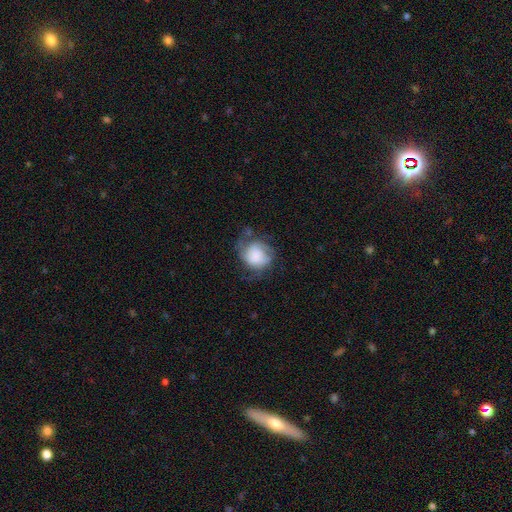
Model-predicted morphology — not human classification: Smooth or featured? featured or disk (47%)
Merging? none (46%)